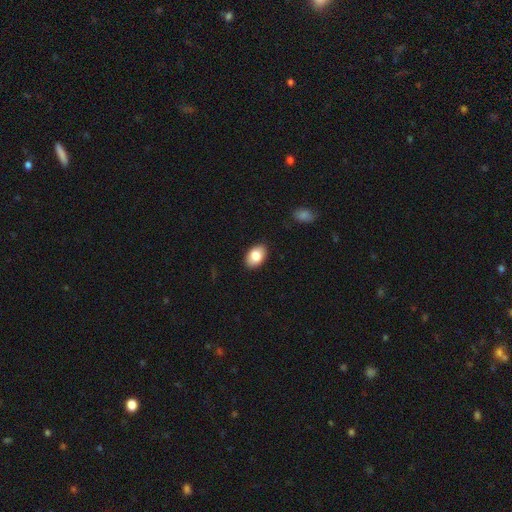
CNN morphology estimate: Overall: smooth (83%). How rounded: in between (90%). Merging: none (87%).